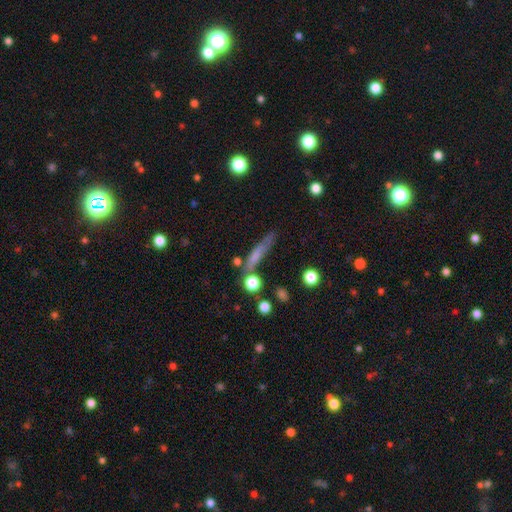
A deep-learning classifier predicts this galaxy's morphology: A smooth galaxy with no disk features (61%) that is cigar-shaped (83%). Merging: none (62%).